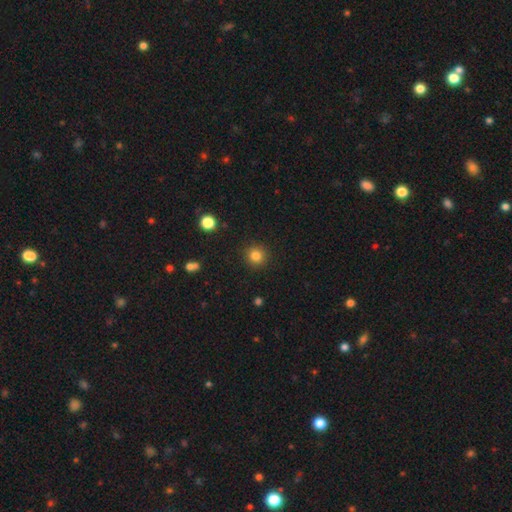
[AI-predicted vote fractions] Q: Smooth or featured?
A: smooth (83%); runner-up: star or artifact (12%)
Q: How rounded?
A: round (93%); runner-up: in between (6%)
Q: Merging?
A: none (91%); runner-up: minor disturbance (6%)